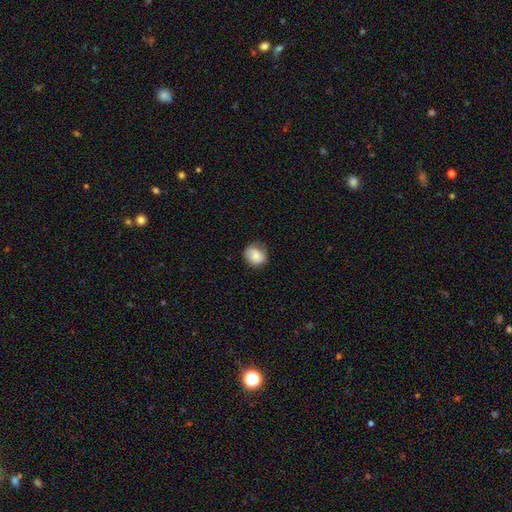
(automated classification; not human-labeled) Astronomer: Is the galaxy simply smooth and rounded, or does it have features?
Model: smooth — 79%.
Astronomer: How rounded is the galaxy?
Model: round — 65%.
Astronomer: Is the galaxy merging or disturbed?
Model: none — 71%.